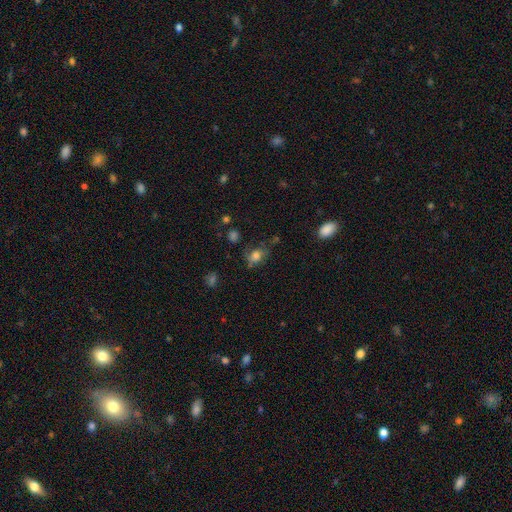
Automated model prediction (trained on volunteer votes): A smooth galaxy with no disk features (71%) that is in between round and cigar-shaped (59%).

Vote fractions:
- Smooth or featured? smooth: 71% / featured or disk: 15% / star or artifact: 14%
- How rounded? in between: 59% / round: 39% / cigar-shaped: 2%
- Merging? none: 50% / minor disturbance: 27% / major disturbance: 17% / merger: 6%